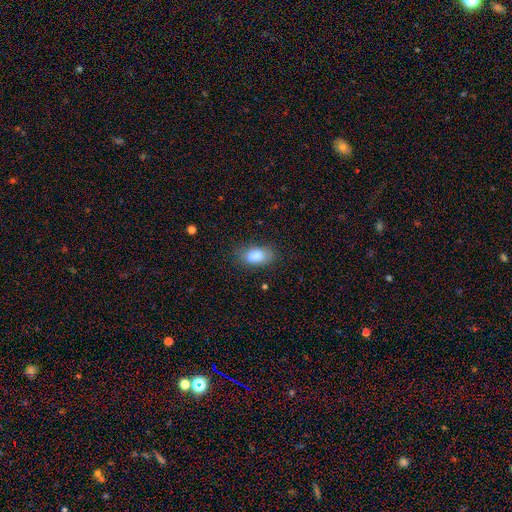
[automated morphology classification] A smooth galaxy with no disk features (84%) that is in between round and cigar-shaped (91%).

Vote fractions:
- Smooth or featured? smooth: 84% / featured or disk: 8% / star or artifact: 8%
- How rounded? in between: 91% / round: 5% / cigar-shaped: 4%
- Merging? none: 73% / minor disturbance: 20% / major disturbance: 6% / merger: 2%